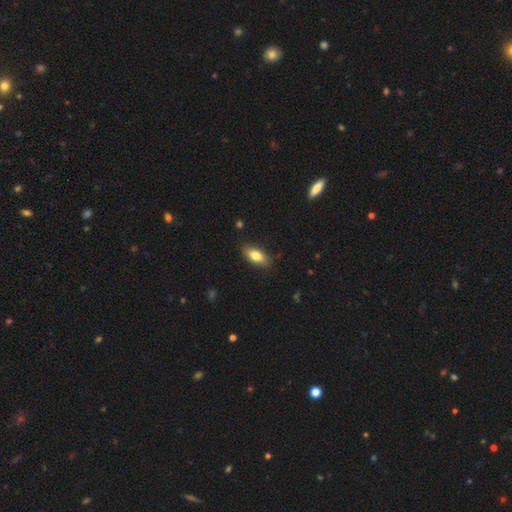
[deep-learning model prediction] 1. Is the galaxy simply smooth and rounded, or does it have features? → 80% smooth, 13% featured or disk, 7% star or artifact.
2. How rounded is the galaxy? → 86% in between, 10% cigar-shaped, 4% round.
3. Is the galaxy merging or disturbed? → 85% none, 12% minor disturbance, 2% major disturbance, 1% merger.